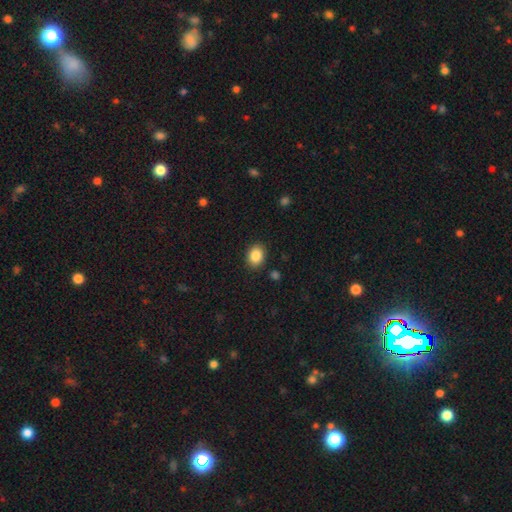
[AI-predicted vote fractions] Q: Smooth or featured?
A: smooth (86%); runner-up: star or artifact (9%)
Q: How rounded?
A: in between (56%); runner-up: round (43%)
Q: Merging?
A: none (89%); runner-up: minor disturbance (8%)